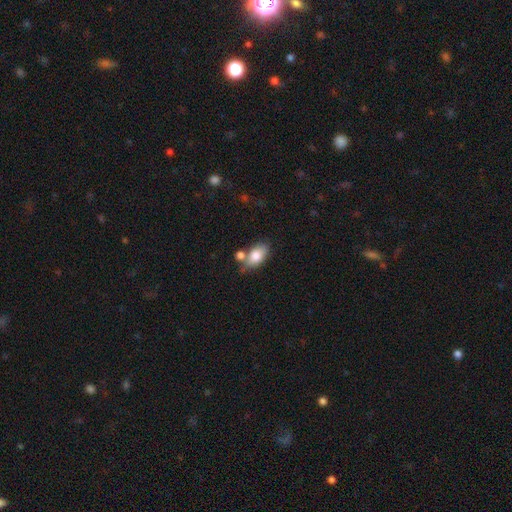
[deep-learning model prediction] Smooth or featured? Predicted: smooth (p=0.79). How rounded? Predicted: in between (p=0.88). Merging? Predicted: none (p=0.51).